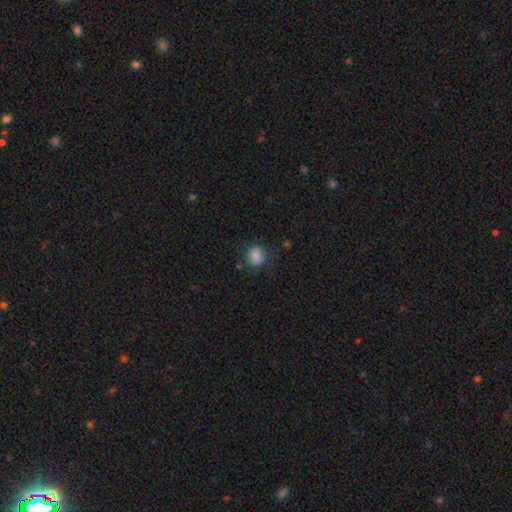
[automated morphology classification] A smooth galaxy with no disk features (83%) that is round (66%). Merging: none (75%).